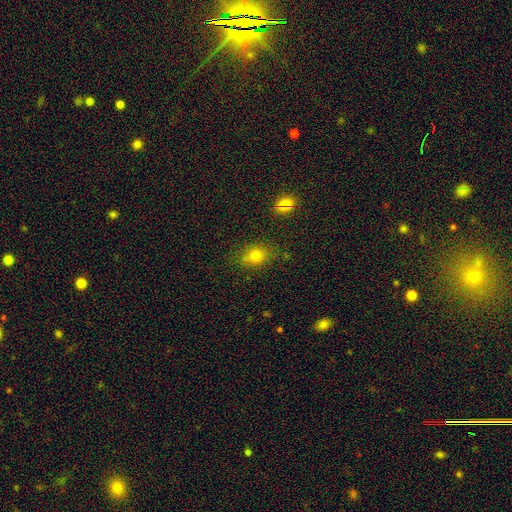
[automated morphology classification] type=smooth (74%); roundness=in between (51%); merging=none (77%).